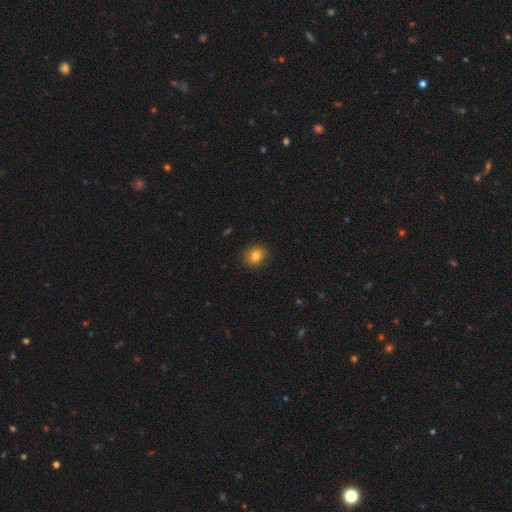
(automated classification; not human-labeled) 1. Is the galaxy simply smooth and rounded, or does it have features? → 81% smooth, 11% star or artifact, 8% featured or disk.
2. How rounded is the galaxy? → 72% round, 27% in between, 1% cigar-shaped.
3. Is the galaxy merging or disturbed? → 89% none, 8% minor disturbance, 2% major disturbance, 1% merger.